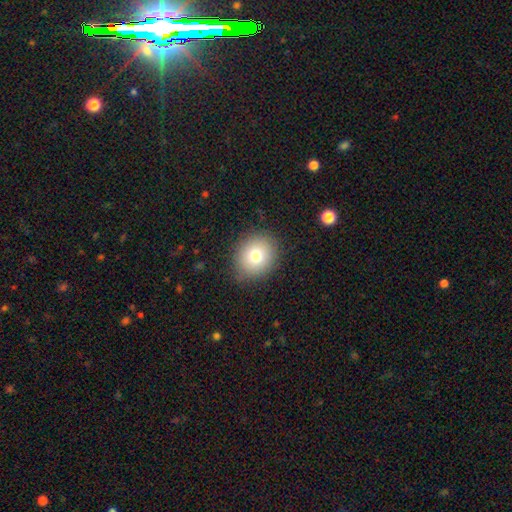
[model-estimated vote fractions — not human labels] Morphology: type=smooth (75%); roundness=round (77%); merging=none (85%).